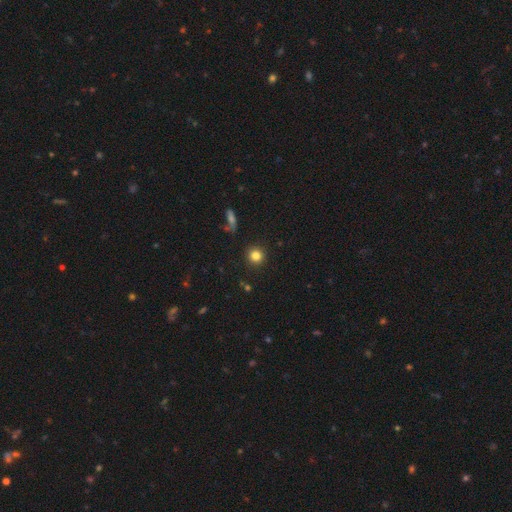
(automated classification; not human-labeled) Smooth or featured: smooth — 82% (star or artifact — 12%)
How rounded: round — 93% (in between — 6%)
Merging: none — 91% (minor disturbance — 6%)